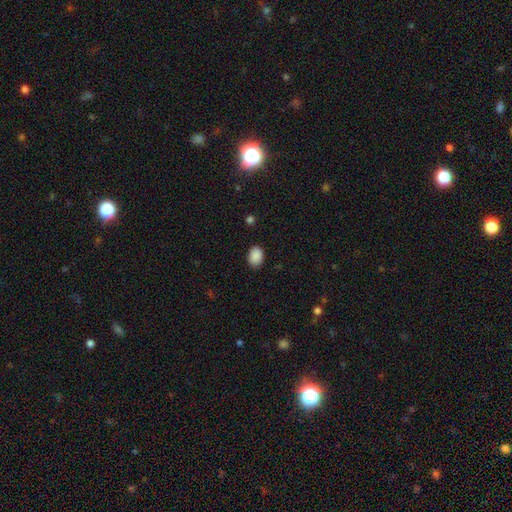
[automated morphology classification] A smooth galaxy with no disk features (90%) that is in between round and cigar-shaped (72%).

Vote fractions:
- Smooth or featured? smooth: 90% / star or artifact: 8% / featured or disk: 3%
- How rounded? in between: 72% / round: 27% / cigar-shaped: 1%
- Merging? none: 87% / minor disturbance: 10% / major disturbance: 2% / merger: 1%